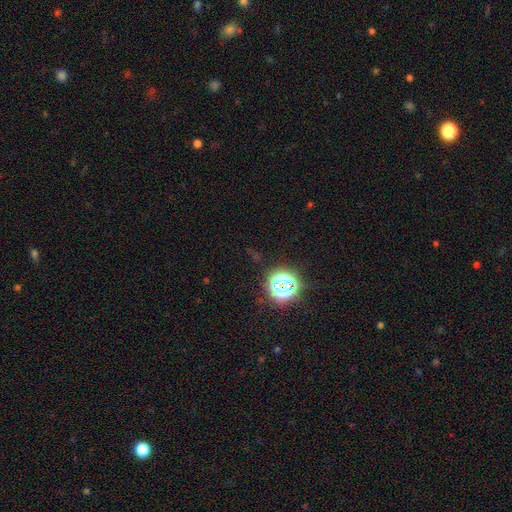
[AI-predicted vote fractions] Q: Smooth or featured?
A: star or artifact (75%); runner-up: smooth (17%)